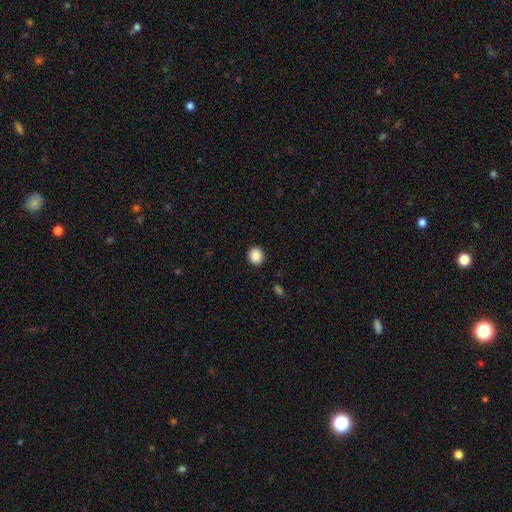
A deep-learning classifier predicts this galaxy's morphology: smooth-or-featured: smooth: 89% | star or artifact: 9% | featured or disk: 3%
  how-rounded: round: 81% | in between: 18% | cigar-shaped: 1%
  merging: none: 91% | minor disturbance: 6% | major disturbance: 2% | merger: 1%